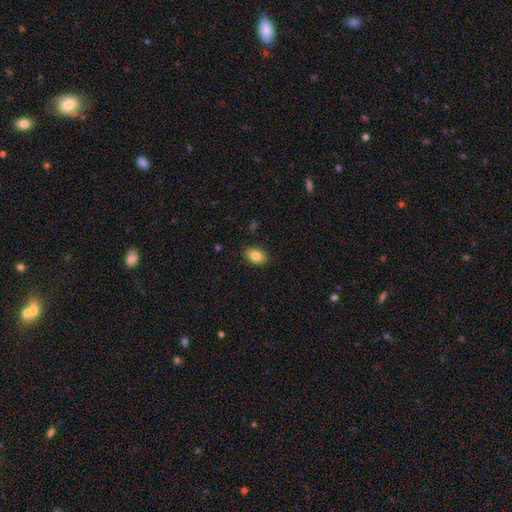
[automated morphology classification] This is clearly a smooth galaxy (83%). How rounded: clearly in between (85%). Merging: clearly none (88%).